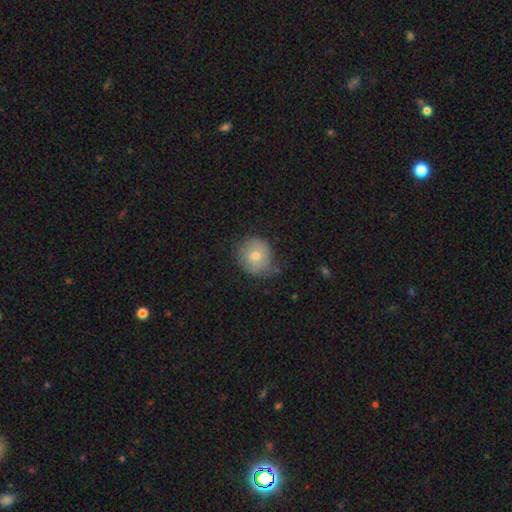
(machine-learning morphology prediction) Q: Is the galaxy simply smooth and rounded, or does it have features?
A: smooth — 70%.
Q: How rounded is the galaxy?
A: round — 86%.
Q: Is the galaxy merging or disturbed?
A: none — 54%.